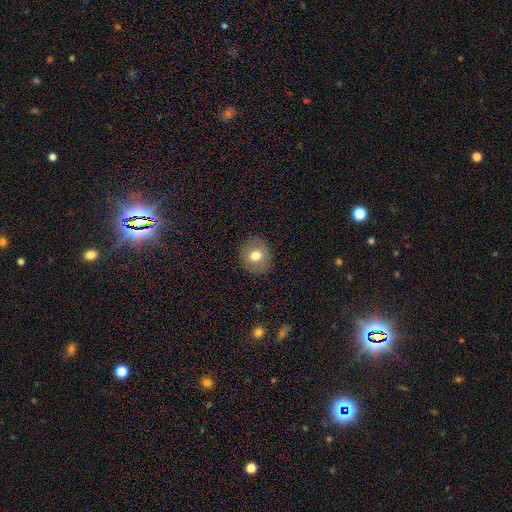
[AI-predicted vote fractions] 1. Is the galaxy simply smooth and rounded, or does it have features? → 73% smooth, 17% featured or disk, 10% star or artifact.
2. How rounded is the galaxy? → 79% round, 20% in between, 1% cigar-shaped.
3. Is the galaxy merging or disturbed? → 88% none, 8% minor disturbance, 3% major disturbance, 1% merger.